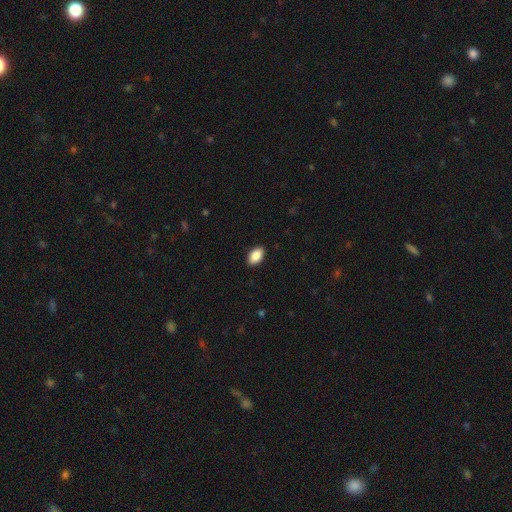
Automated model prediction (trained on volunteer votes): smooth-or-featured: smooth: 89% | star or artifact: 7% | featured or disk: 4%
  how-rounded: in between: 94% | round: 5% | cigar-shaped: 2%
  merging: none: 90% | minor disturbance: 8% | major disturbance: 2% | merger: 1%